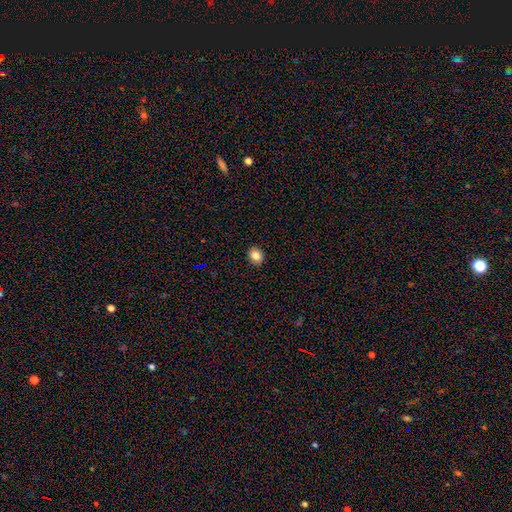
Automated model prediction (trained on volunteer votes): This appears to be a smooth galaxy with no disk features (84%) that is round (54%). Merging: none (90%).